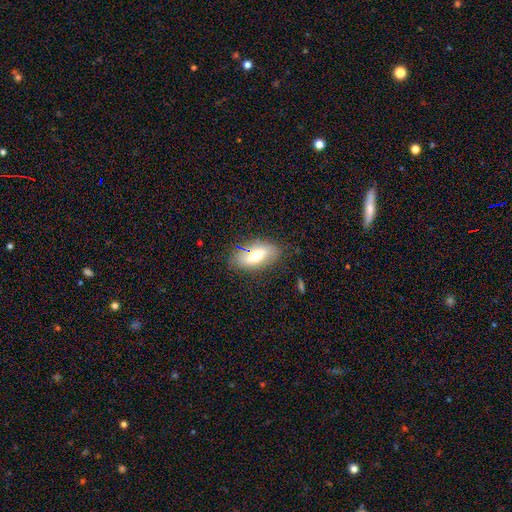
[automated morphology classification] A smooth galaxy with no disk features (61%) that is in between round and cigar-shaped (87%). Merging: none (79%).